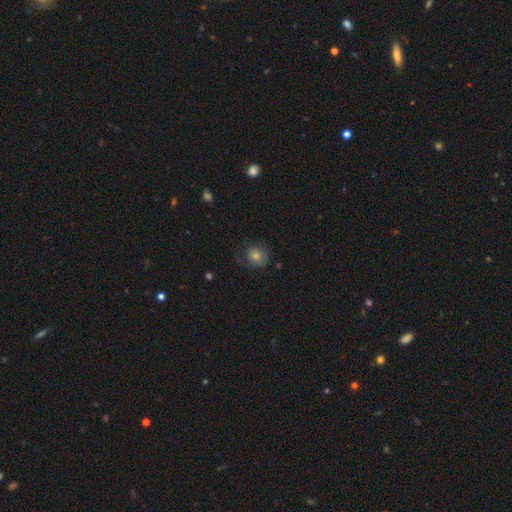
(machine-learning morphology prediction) Smooth or featured? Predicted: smooth (p=0.62). How rounded? Predicted: round (p=0.76). Merging? Predicted: none (p=0.68).